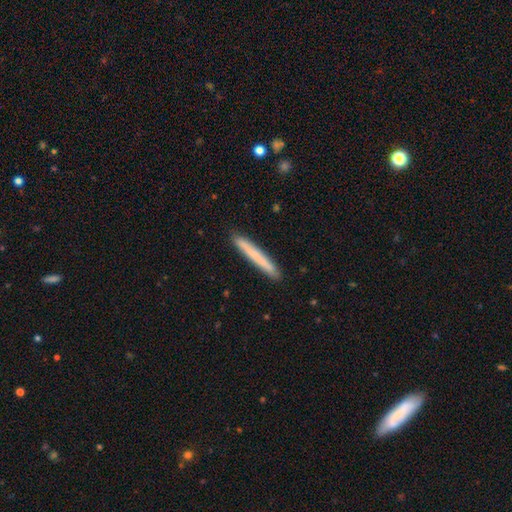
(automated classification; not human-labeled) This appears to be a smooth galaxy with no disk features (69%) that is cigar-shaped (97%). Merging: none (91%).